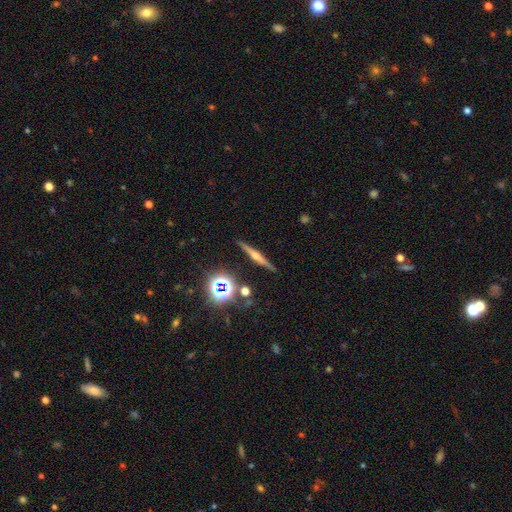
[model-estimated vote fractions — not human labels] Smooth or featured: featured or disk — 67% (smooth — 19%)
Edge-on disk: yes — 97% (no — 3%)
Edge-on bulge: rounded — 89% (none — 6%)
Merging: none — 91% (minor disturbance — 6%)